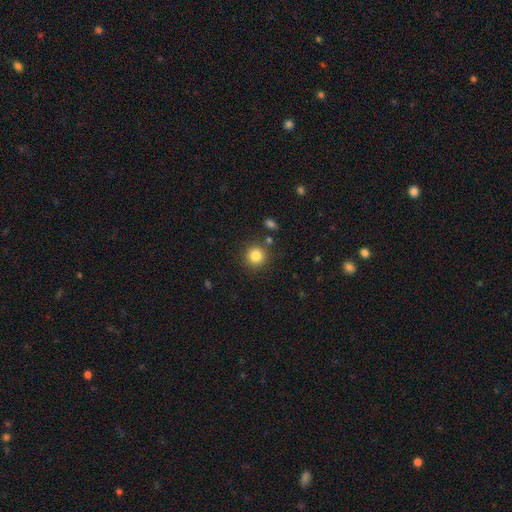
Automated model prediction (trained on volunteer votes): smooth 84%, star or artifact 11%, featured or disk 5%. Down the decision tree: how rounded — round (92%); merging — none (86%).